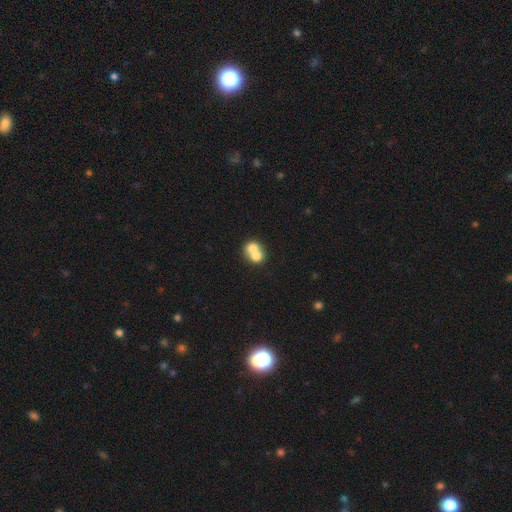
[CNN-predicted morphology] smooth 69%, featured or disk 22%, star or artifact 9%. Down the decision tree: how rounded — round (67%); merging — merger (71%).